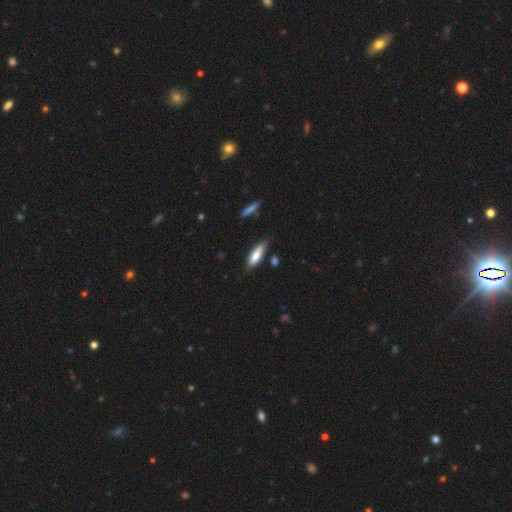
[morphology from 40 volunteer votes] Smooth or featured?
  - smooth: 80% *
  - star or artifact: 12%
  - featured or disk: 8%
How rounded?
  - cigar-shaped: 62% *
  - in between: 34%
  - round: 3%
Merging?
  - none: 69% *
  - minor disturbance: 29%
  - merger: 3%
  - major disturbance: 0%